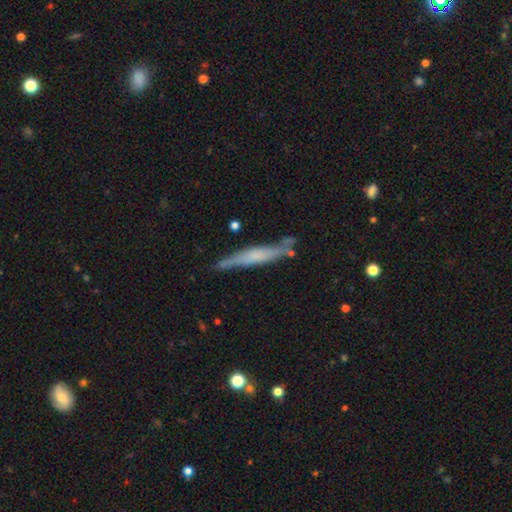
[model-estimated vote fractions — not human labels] Smooth or featured? Predicted: featured or disk (p=0.47). Merging? Predicted: none (p=0.74).